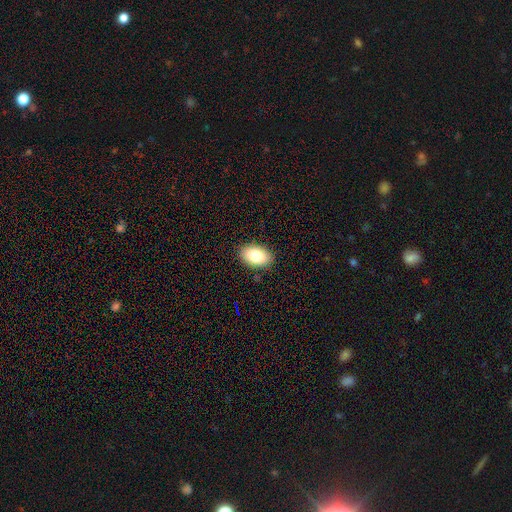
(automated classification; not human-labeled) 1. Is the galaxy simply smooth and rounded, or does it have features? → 81% smooth, 12% featured or disk, 8% star or artifact.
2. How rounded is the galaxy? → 90% in between, 9% round, 1% cigar-shaped.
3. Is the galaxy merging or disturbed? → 88% none, 9% minor disturbance, 2% major disturbance, 1% merger.